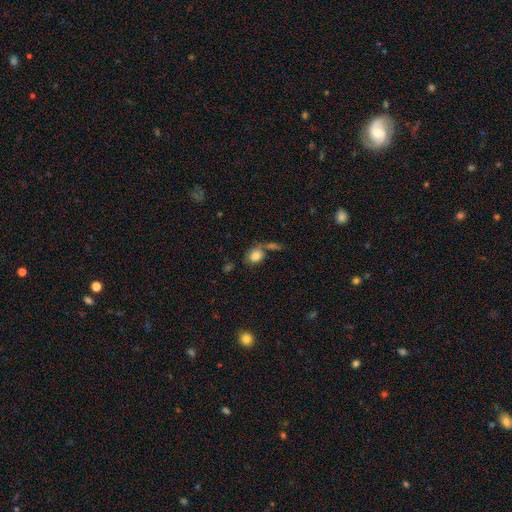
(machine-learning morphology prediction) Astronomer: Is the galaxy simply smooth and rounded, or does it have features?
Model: smooth — 82%.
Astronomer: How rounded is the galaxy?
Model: in between — 60% (runner-up: round, 39%).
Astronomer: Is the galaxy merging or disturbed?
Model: none — 50% (runner-up: merger, 26%).